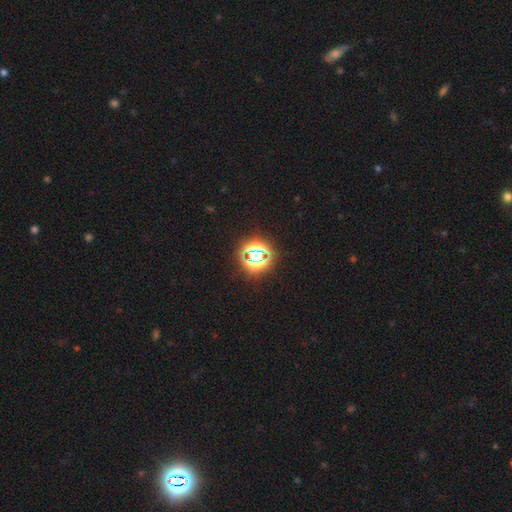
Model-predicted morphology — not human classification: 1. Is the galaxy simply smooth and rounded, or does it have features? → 69% star or artifact, 21% smooth, 10% featured or disk.